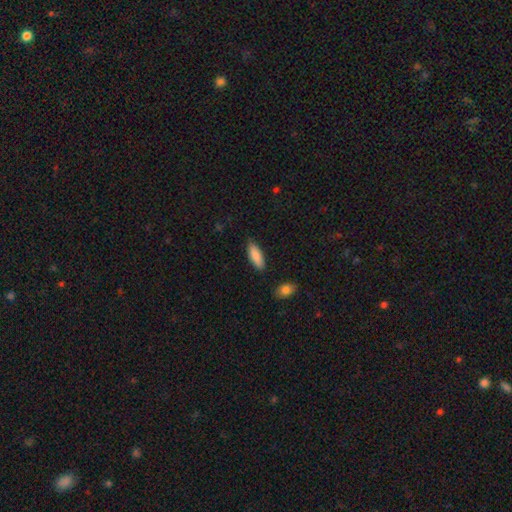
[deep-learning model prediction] This appears to be a smooth galaxy with no disk features (87%) that is in between round and cigar-shaped (66%). Merging: none (84%).